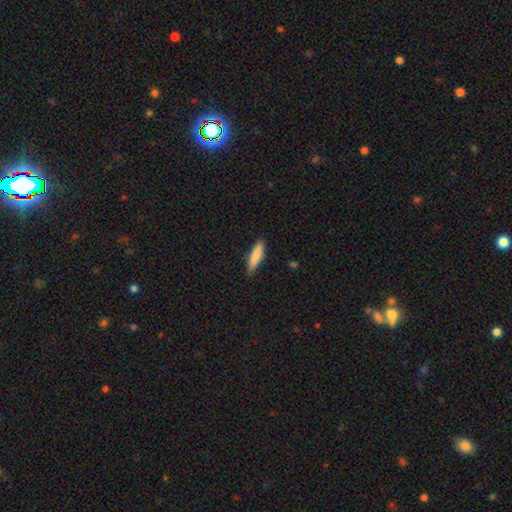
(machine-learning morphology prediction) A smooth galaxy with no disk features (83%) that is cigar-shaped (73%). Merging: none (83%).